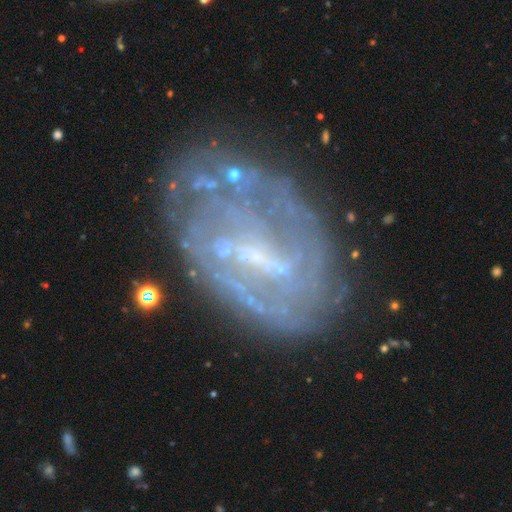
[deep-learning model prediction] Smooth or featured?
  - featured or disk: 79% *
  - smooth: 13%
  - star or artifact: 8%
Edge-on disk?
  - no: 97% *
  - yes: 3%
Bar?
  - weak: 45% *
  - strong: 35%
  - no: 20%
Spiral arms?
  - yes: 66% *
  - no: 34%
Spiral winding?
  - tight: 48% *
  - medium: 32%
  - loose: 20%
Spiral arm count?
  - can't tell: 52% *
  - 2: 26%
  - 3: 7%
  - 1: 6%
  - 4: 4%
  - more than 4: 4%
Bulge size?
  - small: 45% *
  - none: 36%
  - moderate: 17%
  - large: 2%
  - dominant: 1%
Merging?
  - none: 63% *
  - minor disturbance: 20%
  - major disturbance: 13%
  - merger: 3%